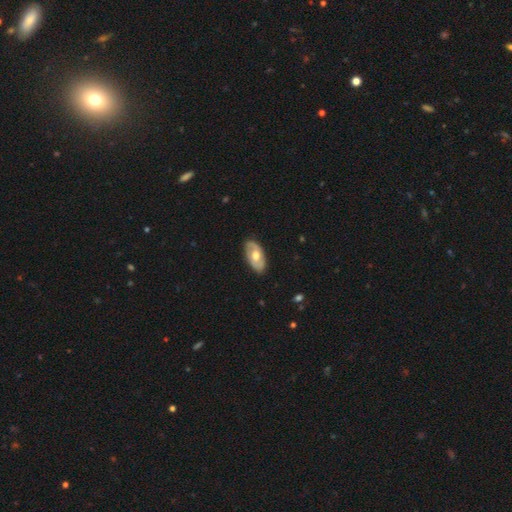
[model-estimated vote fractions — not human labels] Smooth or featured? featured or disk (54%)
Edge-on disk? no (88%)
Merging? none (84%)